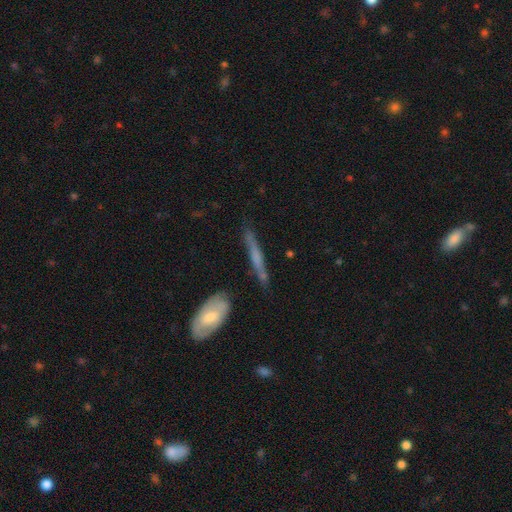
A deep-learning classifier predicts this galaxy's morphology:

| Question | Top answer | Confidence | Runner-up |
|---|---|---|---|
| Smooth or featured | featured or disk | 48% | smooth (46%) |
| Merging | none | 72% | minor disturbance (19%) |